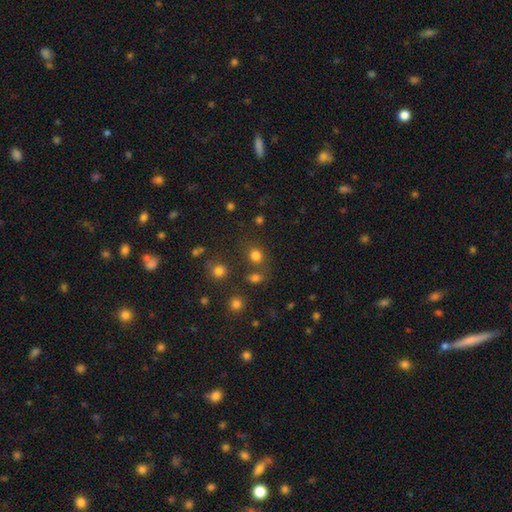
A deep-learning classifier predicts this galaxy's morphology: This is likely a smooth galaxy (78%). How rounded: likely round (75%). Merging: likely none (69%).